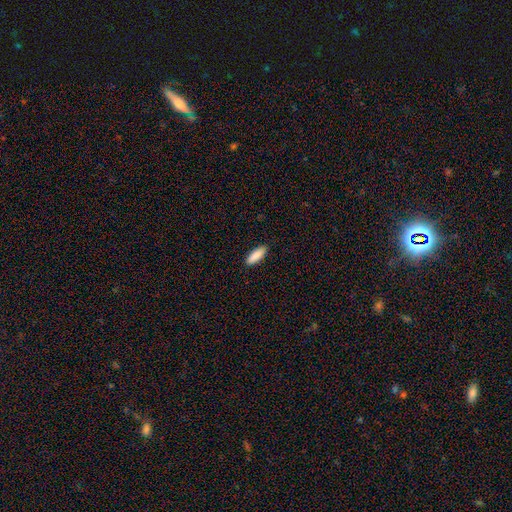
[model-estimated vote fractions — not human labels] A smooth galaxy with no disk features (88%) that is in between round and cigar-shaped (56%). Merging: none (89%).